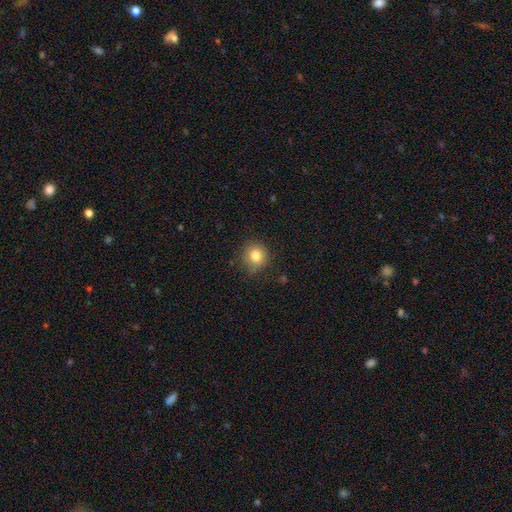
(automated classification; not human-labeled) smooth_or_featured: smooth (p=0.82) [alt: star or artifact p=0.11]
how_rounded: round (p=0.89) [alt: in between p=0.10]
merging: none (p=0.82) [alt: minor disturbance p=0.13]